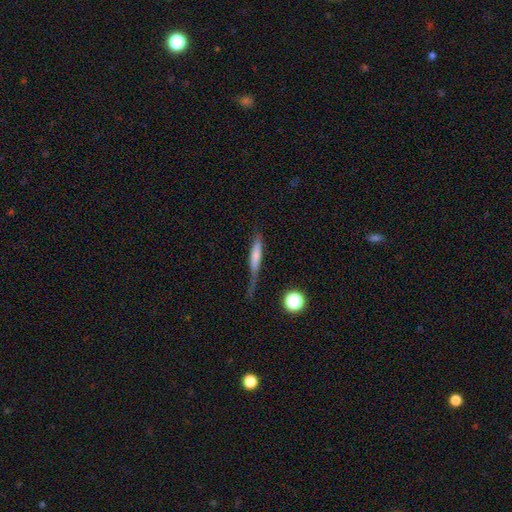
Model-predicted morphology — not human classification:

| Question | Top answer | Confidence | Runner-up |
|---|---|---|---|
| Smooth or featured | smooth | 62% | featured or disk (30%) |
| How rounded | cigar-shaped | 85% | in between (12%) |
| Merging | none | 45% | minor disturbance (30%) |